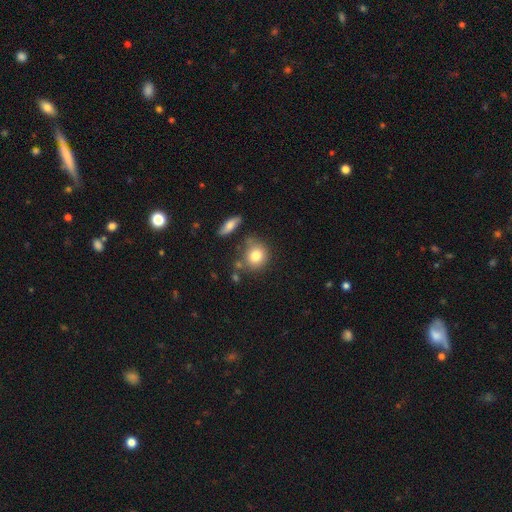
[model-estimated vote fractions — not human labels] Smooth or featured? Predicted: smooth (p=0.80). How rounded? Predicted: round (p=0.76). Merging? Predicted: none (p=0.66).